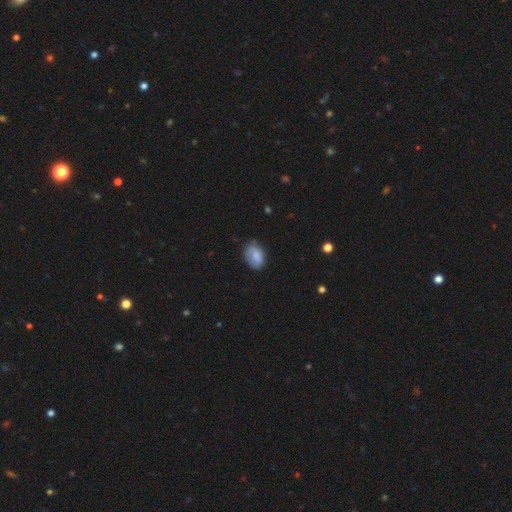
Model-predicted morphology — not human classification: This is likely a smooth galaxy (76%). How rounded: clearly in between (82%). Merging: likely none (66%).